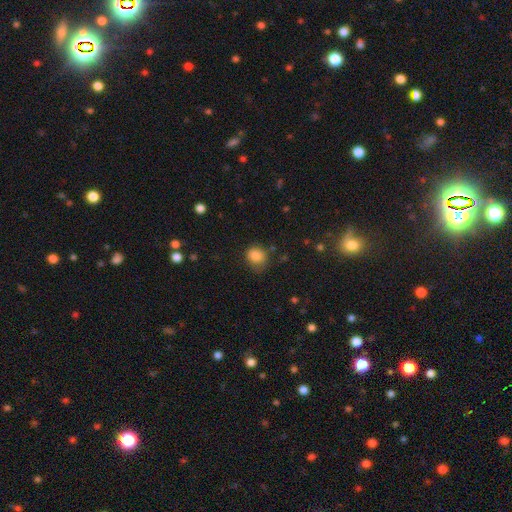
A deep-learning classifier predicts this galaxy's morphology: Smooth or featured: smooth — 85% (star or artifact — 10%)
How rounded: round — 64% (in between — 35%)
Merging: none — 63% (minor disturbance — 26%)